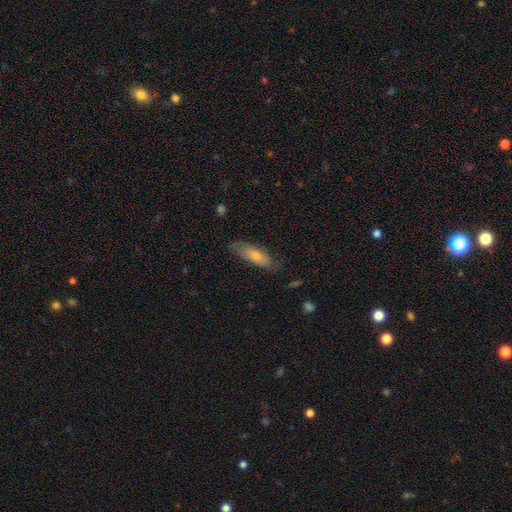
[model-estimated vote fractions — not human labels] The model was most divided on "how rounded": cigar-shaped: 53%, in between: 45%, round: 2%. More confident: merging — none (75%); smooth or featured — smooth (60%).